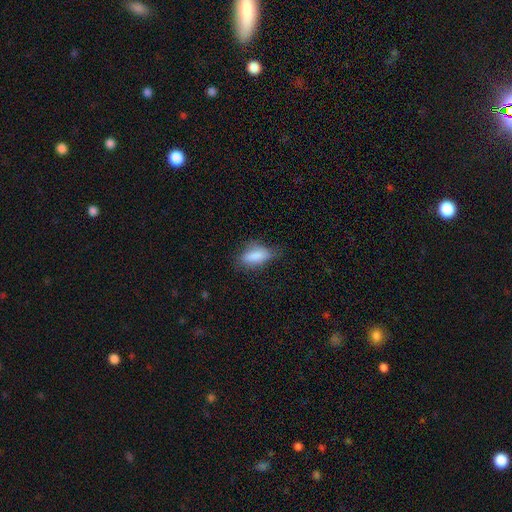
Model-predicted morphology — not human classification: The model was most divided on "merging": none: 58%, minor disturbance: 30%, major disturbance: 10%, merger: 2%. More confident: how rounded — in between (83%); smooth or featured — smooth (83%).